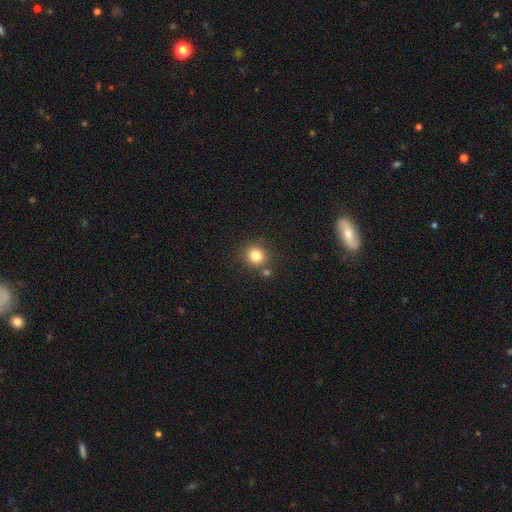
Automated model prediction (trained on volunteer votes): A smooth galaxy with no disk features (80%) that is round (90%).

Vote fractions:
- Smooth or featured? smooth: 80% / star or artifact: 13% / featured or disk: 7%
- How rounded? round: 90% / in between: 9% / cigar-shaped: 1%
- Merging? none: 76% / merger: 11% / minor disturbance: 10% / major disturbance: 3%